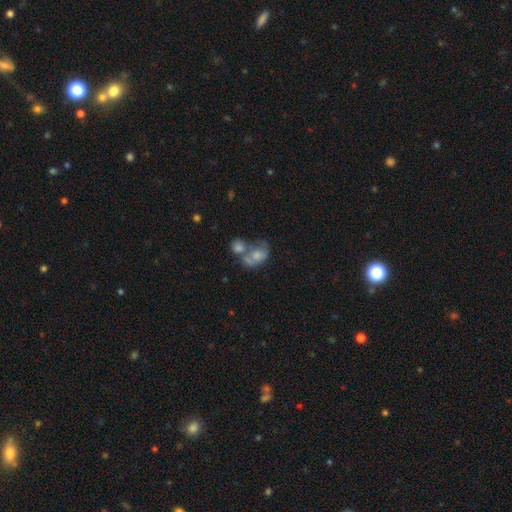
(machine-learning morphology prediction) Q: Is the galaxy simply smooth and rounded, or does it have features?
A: smooth — 58%.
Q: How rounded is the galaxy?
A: in between — 65%.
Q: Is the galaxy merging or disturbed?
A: merger — 58%.